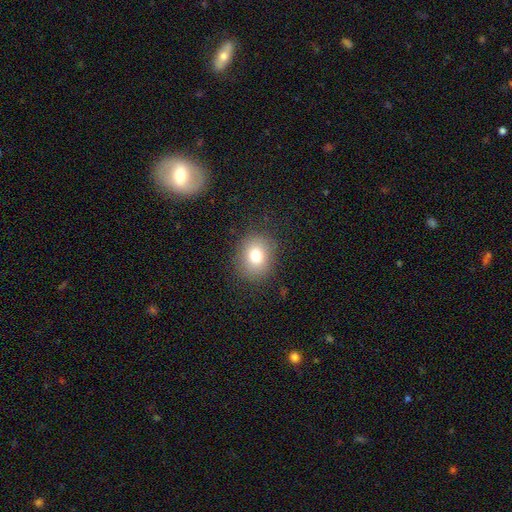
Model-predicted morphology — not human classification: smooth_or_featured: smooth (p=0.77) [alt: star or artifact p=0.12]
how_rounded: round (p=0.61) [alt: in between p=0.38]
merging: none (p=0.85) [alt: minor disturbance p=0.10]